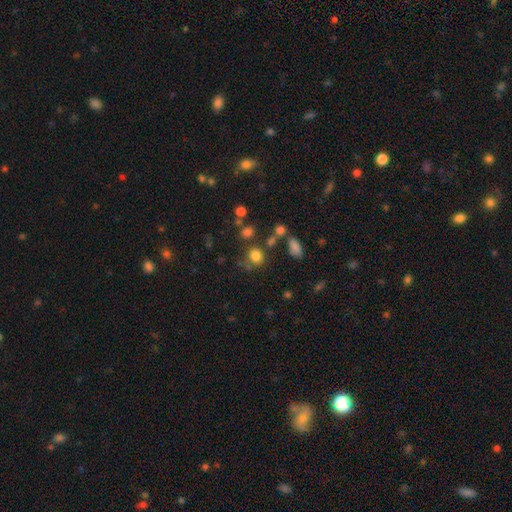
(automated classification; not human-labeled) This appears to be a smooth galaxy with no disk features (78%) that is round (79%). Merging: none (68%).